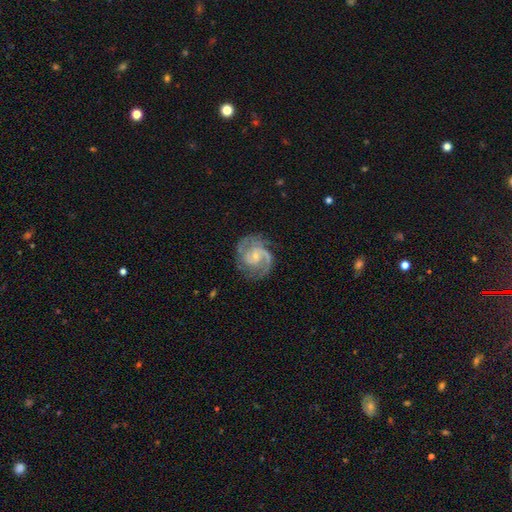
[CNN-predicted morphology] A featured or disk galaxy (90%) with no bar (51%), 2 (69%) medium (50%) spiral arms (98%) and a small central bulge (67%). Merging: none (74%).